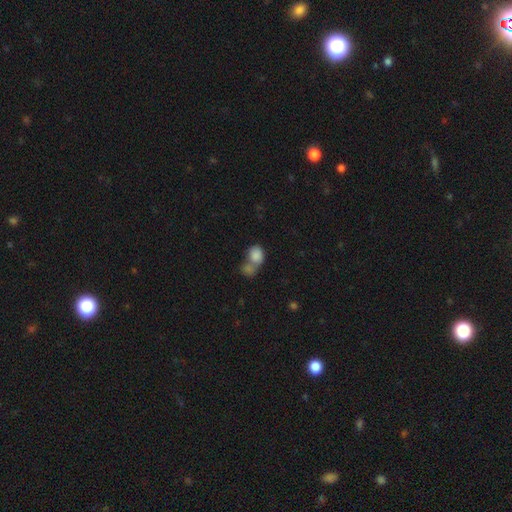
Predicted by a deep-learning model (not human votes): smooth-or-featured: smooth: 84% | featured or disk: 8% | star or artifact: 8%
  how-rounded: in between: 50% | round: 48% | cigar-shaped: 1%
  merging: merger: 64% | none: 22% | minor disturbance: 8% | major disturbance: 6%